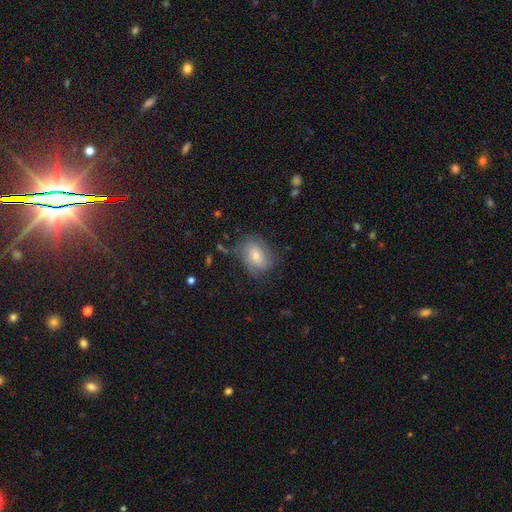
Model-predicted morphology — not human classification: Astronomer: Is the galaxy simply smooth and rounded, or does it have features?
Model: featured or disk — 54% (runner-up: smooth, 38%).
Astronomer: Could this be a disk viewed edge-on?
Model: no — 96%.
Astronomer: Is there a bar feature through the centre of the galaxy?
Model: no — 65%.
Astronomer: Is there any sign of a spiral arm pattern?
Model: yes — 83%.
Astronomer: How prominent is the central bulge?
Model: small — 51% (runner-up: moderate, 42%).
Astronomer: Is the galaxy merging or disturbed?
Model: none — 62%.